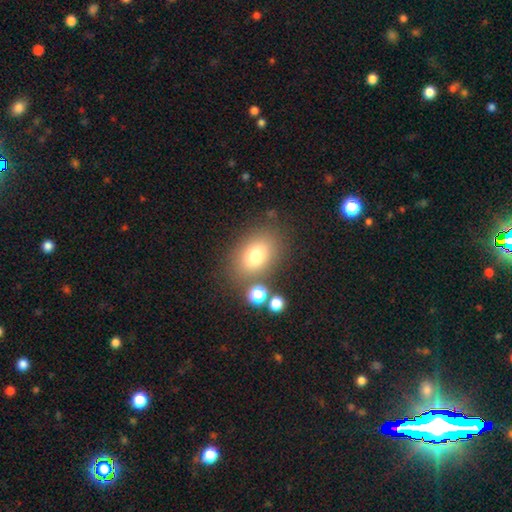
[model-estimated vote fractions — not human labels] A smooth galaxy with no disk features (76%) that is in between round and cigar-shaped (72%). Merging: none (77%).